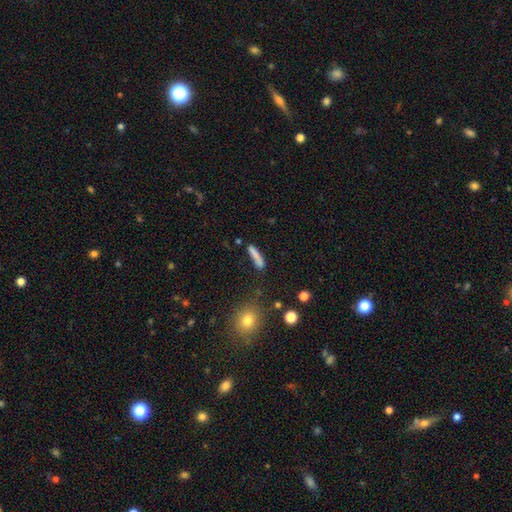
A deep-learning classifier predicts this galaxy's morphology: This appears to be a smooth galaxy with no disk features (76%) that is cigar-shaped (83%). Merging: none (67%).